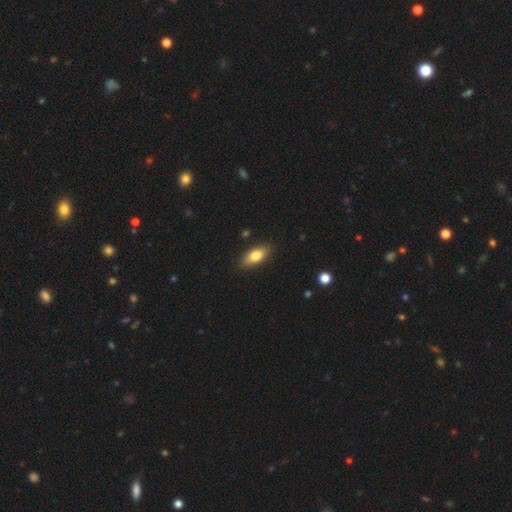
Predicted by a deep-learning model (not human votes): This appears to be a smooth galaxy with no disk features (78%) that is in between round and cigar-shaped (83%). Merging: none (86%).